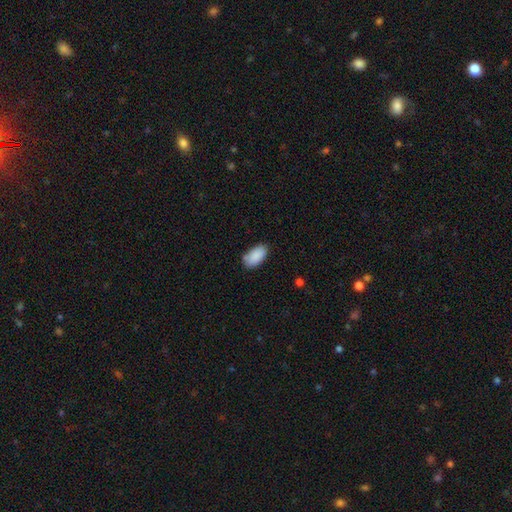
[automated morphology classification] Smooth or featured: smooth — 89% (star or artifact — 6%)
How rounded: in between — 95% (round — 3%)
Merging: none — 76% (minor disturbance — 17%)